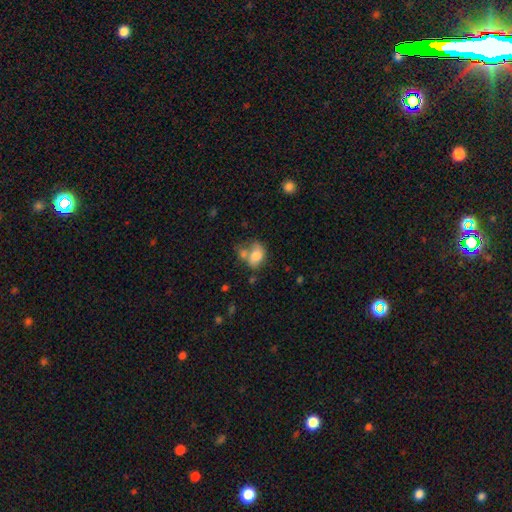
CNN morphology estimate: Smooth or featured? smooth (75%)
How rounded? in between (69%)
Merging? merger (40%)